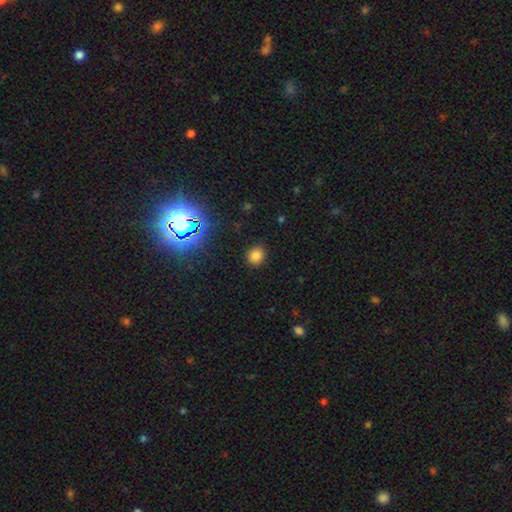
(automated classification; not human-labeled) This is likely a smooth galaxy (77%). How rounded: likely round (73%). Merging: clearly none (88%).